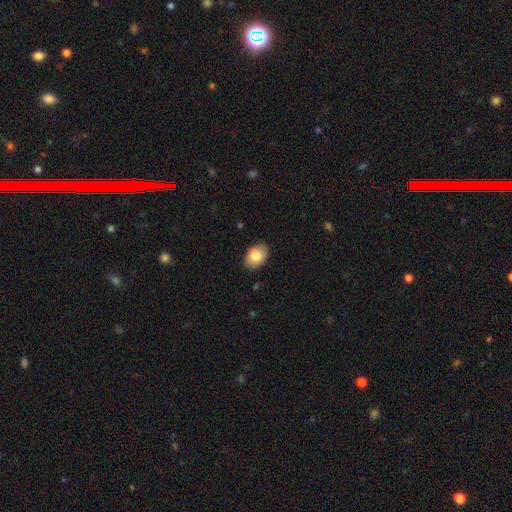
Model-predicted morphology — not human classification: A smooth galaxy with no disk features (84%) that is in between round and cigar-shaped (85%). Merging: none (86%).